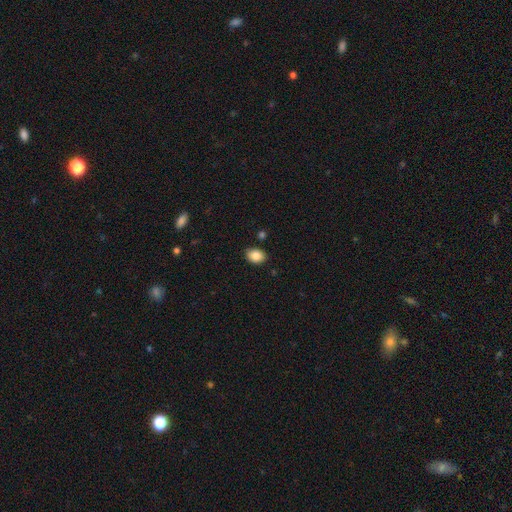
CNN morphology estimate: This is clearly a smooth galaxy (87%). How rounded: likely in between (68%). Merging: clearly none (85%).